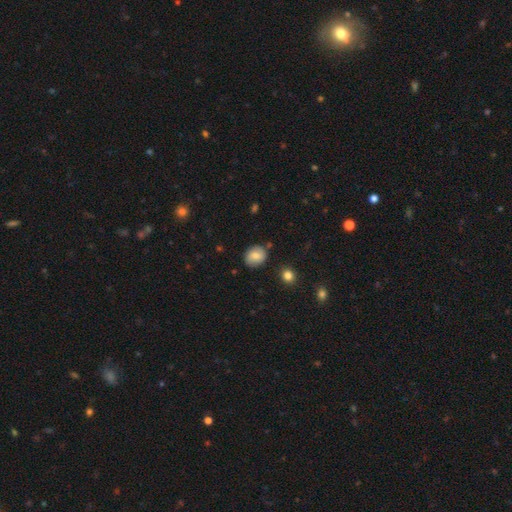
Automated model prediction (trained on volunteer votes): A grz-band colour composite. It shows a smooth galaxy with no disk features (75%) that is round (63%). Merging: none (82%).